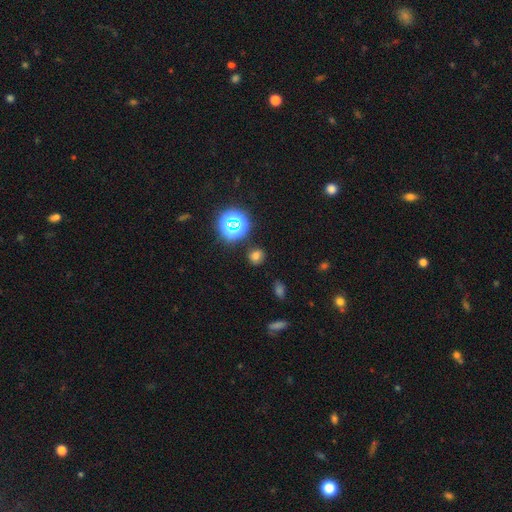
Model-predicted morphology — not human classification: This appears to be a smooth galaxy with no disk features (65%) that is round (74%). Merging: none (82%).